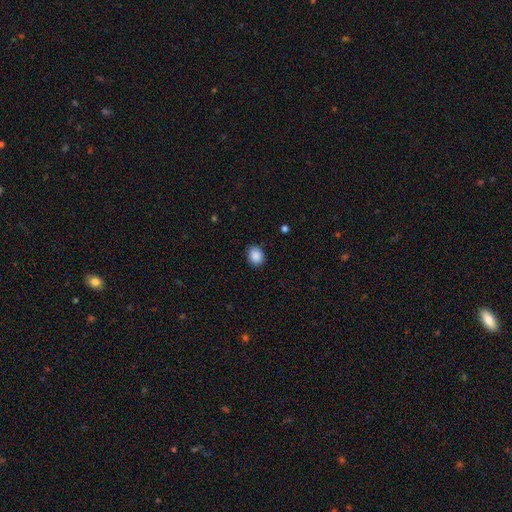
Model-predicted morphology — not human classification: A smooth galaxy with no disk features (88%) that is round (56%). Merging: none (88%).